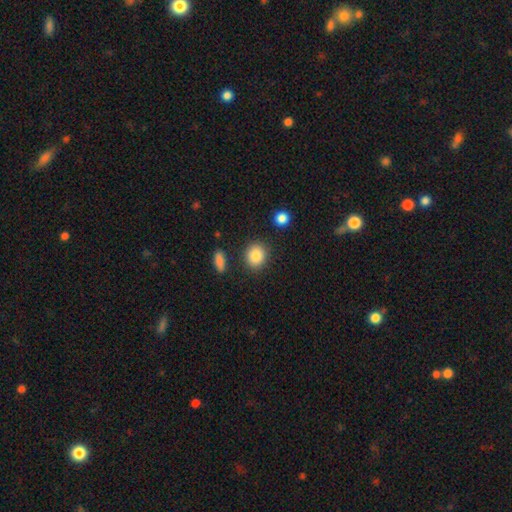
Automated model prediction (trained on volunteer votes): Smooth or featured: smooth — 86% (star or artifact — 9%)
How rounded: round — 74% (in between — 24%)
Merging: none — 86% (minor disturbance — 8%)